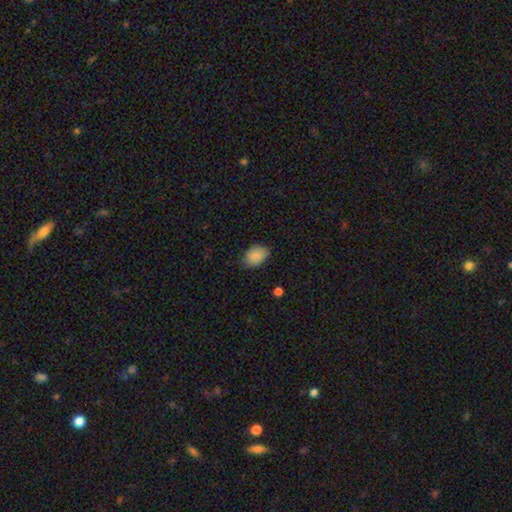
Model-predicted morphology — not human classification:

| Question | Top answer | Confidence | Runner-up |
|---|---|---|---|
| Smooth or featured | smooth | 87% | star or artifact (7%) |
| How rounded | in between | 83% | round (16%) |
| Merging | none | 74% | minor disturbance (21%) |